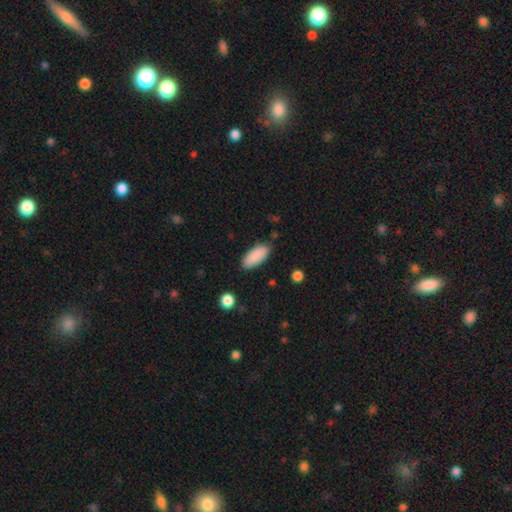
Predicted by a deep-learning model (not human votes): A smooth galaxy with no disk features (89%) that is in between round and cigar-shaped (86%).

Vote fractions:
- Smooth or featured? smooth: 89% / star or artifact: 6% / featured or disk: 5%
- How rounded? in between: 86% / cigar-shaped: 13% / round: 2%
- Merging? none: 84% / minor disturbance: 11% / major disturbance: 2% / merger: 2%